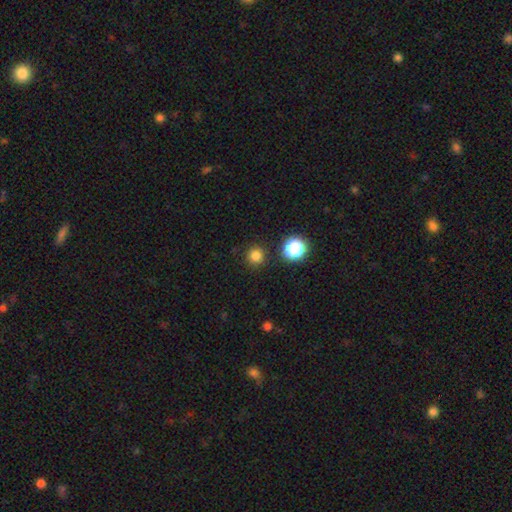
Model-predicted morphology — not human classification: smooth-or-featured: smooth: 80% | star or artifact: 16% | featured or disk: 4%
  how-rounded: round: 95% | in between: 4% | cigar-shaped: 1%
  merging: none: 90% | minor disturbance: 6% | major disturbance: 2% | merger: 2%